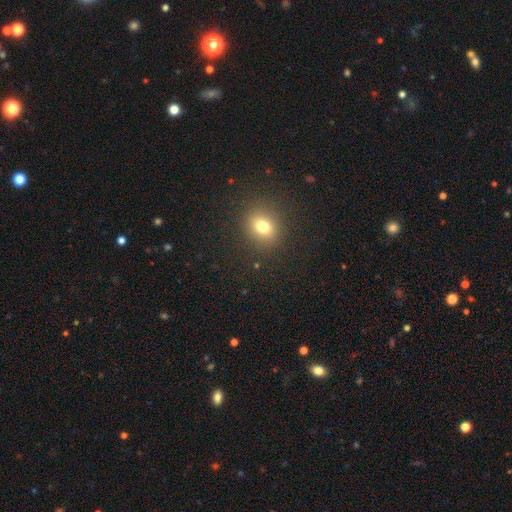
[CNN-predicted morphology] Q: Smooth or featured?
A: smooth (65%); runner-up: star or artifact (29%)
Q: How rounded?
A: round (84%); runner-up: in between (15%)
Q: Merging?
A: none (92%); runner-up: minor disturbance (5%)